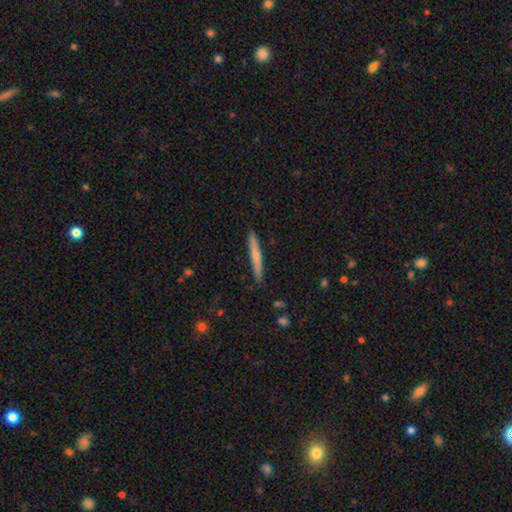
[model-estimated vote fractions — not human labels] A smooth galaxy with no disk features (59%) that is cigar-shaped (96%).

Vote fractions:
- Smooth or featured? smooth: 59% / featured or disk: 35% / star or artifact: 6%
- How rounded? cigar-shaped: 96% / in between: 3% / round: 1%
- Merging? none: 90% / minor disturbance: 7% / major disturbance: 1% / merger: 1%